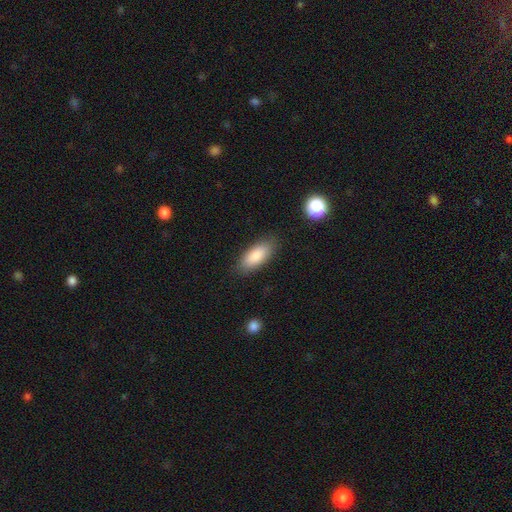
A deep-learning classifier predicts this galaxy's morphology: Overall: smooth (85%). How rounded: in between (82%). Merging: none (86%).